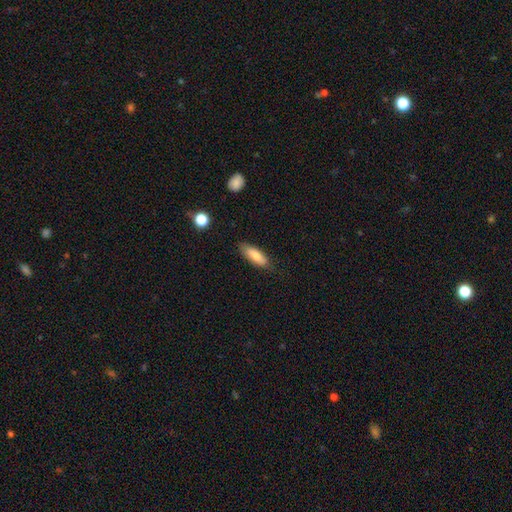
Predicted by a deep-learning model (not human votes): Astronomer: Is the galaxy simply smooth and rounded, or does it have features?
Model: smooth — 80%.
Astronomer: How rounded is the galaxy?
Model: in between — 63%.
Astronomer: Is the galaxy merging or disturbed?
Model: none — 80%.